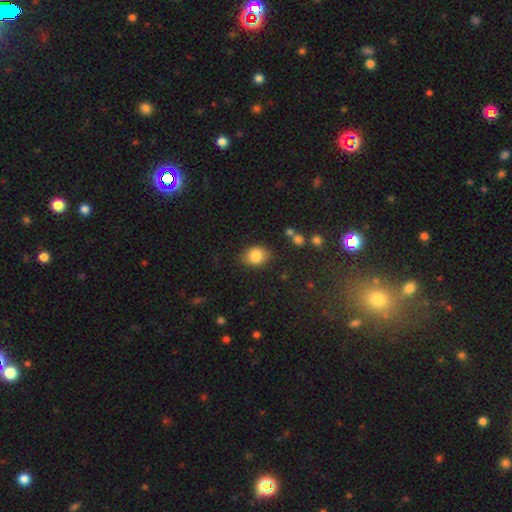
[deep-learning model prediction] Morphology: type=smooth (84%); roundness=round (51%); merging=none (81%).